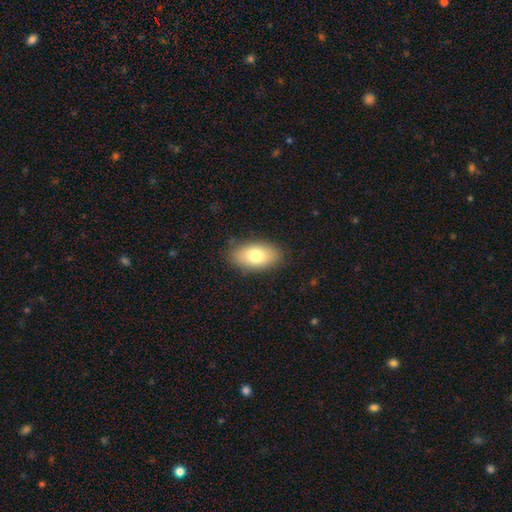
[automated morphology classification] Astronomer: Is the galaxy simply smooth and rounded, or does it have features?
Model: smooth — 77%.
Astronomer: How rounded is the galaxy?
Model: in between — 93%.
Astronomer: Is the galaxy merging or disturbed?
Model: none — 84%.